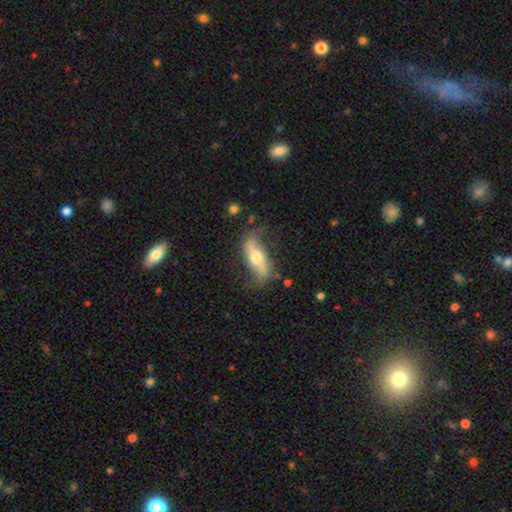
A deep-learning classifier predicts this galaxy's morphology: Q: Smooth or featured?
A: featured or disk (61%); runner-up: smooth (32%)
Q: Edge-on disk?
A: no (68%); runner-up: yes (32%)
Q: Merging?
A: none (70%); runner-up: minor disturbance (20%)